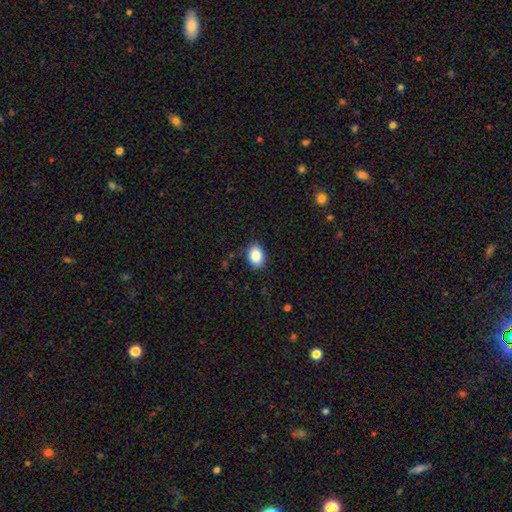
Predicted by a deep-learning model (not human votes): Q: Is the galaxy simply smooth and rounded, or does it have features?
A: smooth — 87%.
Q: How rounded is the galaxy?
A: in between — 77%.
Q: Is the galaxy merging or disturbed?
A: none — 87%.